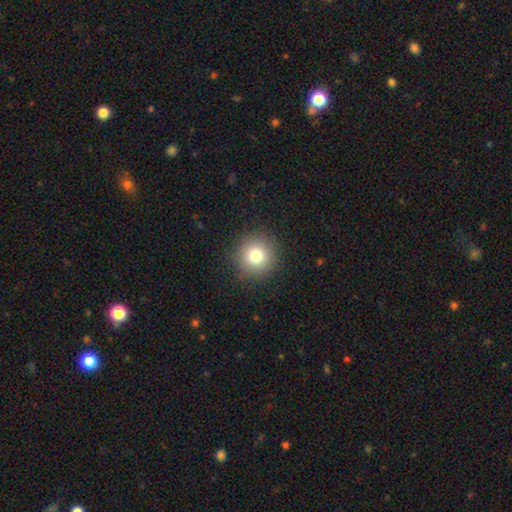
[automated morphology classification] Q: Smooth or featured?
A: smooth (78%); runner-up: star or artifact (12%)
Q: How rounded?
A: round (95%); runner-up: in between (4%)
Q: Merging?
A: none (91%); runner-up: minor disturbance (6%)